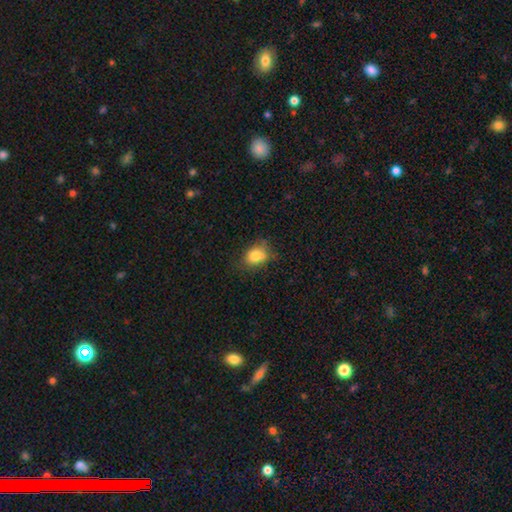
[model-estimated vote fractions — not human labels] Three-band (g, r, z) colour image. It shows a smooth galaxy with no disk features (81%) that is in between round and cigar-shaped (69%). Merging: none (60%).